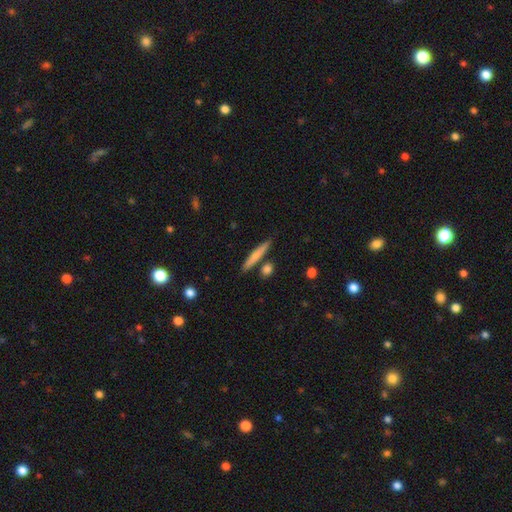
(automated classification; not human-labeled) Smooth or featured: smooth — 69% (featured or disk — 26%)
How rounded: cigar-shaped — 92% (in between — 6%)
Merging: none — 81% (minor disturbance — 9%)